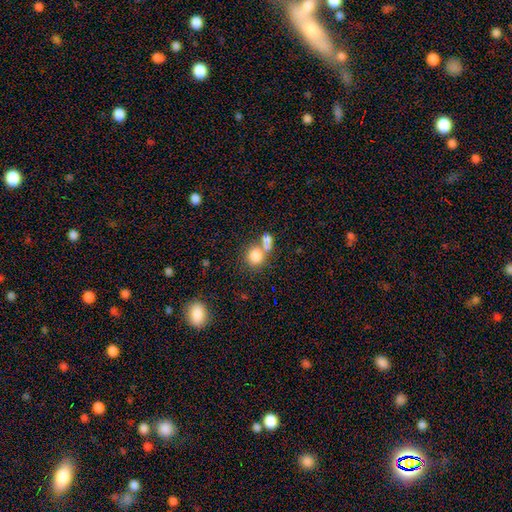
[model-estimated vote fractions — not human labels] A smooth galaxy with no disk features (81%) that is round (78%).

Vote fractions:
- Smooth or featured? smooth: 81% / star or artifact: 10% / featured or disk: 10%
- How rounded? round: 78% / in between: 21% / cigar-shaped: 1%
- Merging? merger: 45% / none: 42% / minor disturbance: 8% / major disturbance: 5%